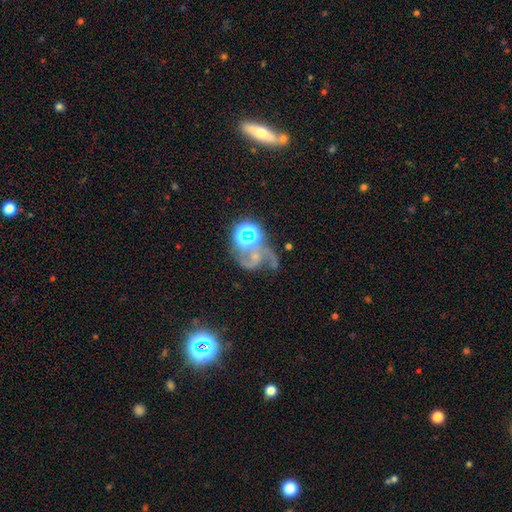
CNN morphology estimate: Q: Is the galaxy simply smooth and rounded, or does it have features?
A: featured or disk — 62%.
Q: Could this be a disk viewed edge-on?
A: no — 96%.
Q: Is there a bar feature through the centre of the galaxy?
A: no — 67%.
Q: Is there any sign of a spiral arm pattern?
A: yes — 81%.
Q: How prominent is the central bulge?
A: small — 37%.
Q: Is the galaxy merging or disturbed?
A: none — 37%.